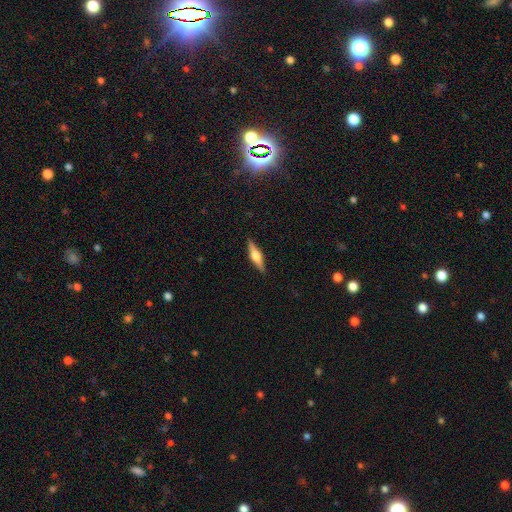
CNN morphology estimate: Q: Smooth or featured?
A: featured or disk (67%); runner-up: smooth (27%)
Q: Edge-on disk?
A: yes (97%); runner-up: no (3%)
Q: Edge-on bulge?
A: rounded (93%); runner-up: boxy (5%)
Q: Merging?
A: none (91%); runner-up: minor disturbance (7%)